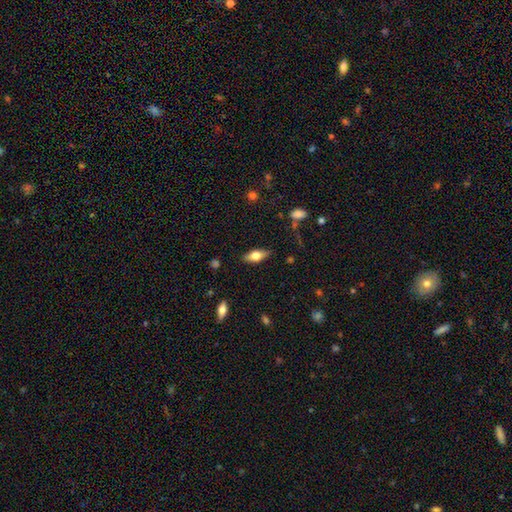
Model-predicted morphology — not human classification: A smooth galaxy with no disk features (57%) that is in between round and cigar-shaped (73%).

Vote fractions:
- Smooth or featured? smooth: 57% / featured or disk: 36% / star or artifact: 7%
- How rounded? in between: 73% / cigar-shaped: 23% / round: 4%
- Merging? none: 84% / minor disturbance: 11% / major disturbance: 3% / merger: 1%